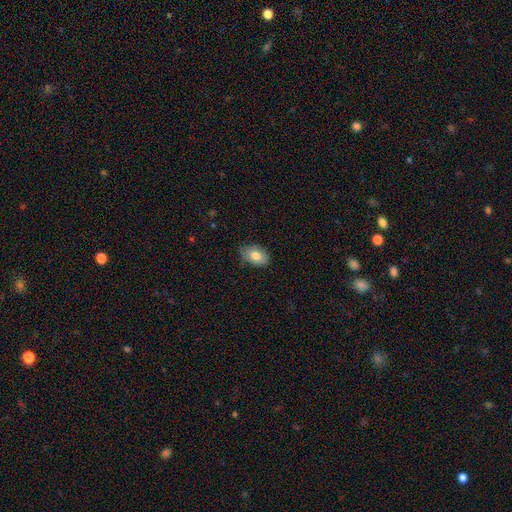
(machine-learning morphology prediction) smooth 79%, featured or disk 13%, star or artifact 8%. Down the decision tree: how rounded — in between (85%); merging — none (75%).